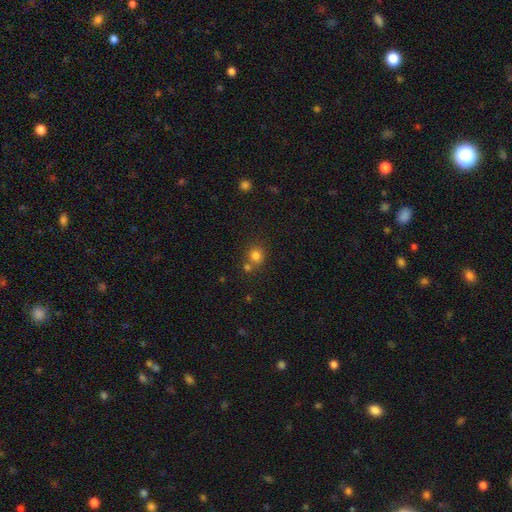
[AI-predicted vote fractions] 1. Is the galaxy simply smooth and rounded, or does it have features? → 80% smooth, 14% star or artifact, 7% featured or disk.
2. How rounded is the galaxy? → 86% round, 13% in between, 1% cigar-shaped.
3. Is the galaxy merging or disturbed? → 61% none, 28% merger, 8% minor disturbance, 3% major disturbance.